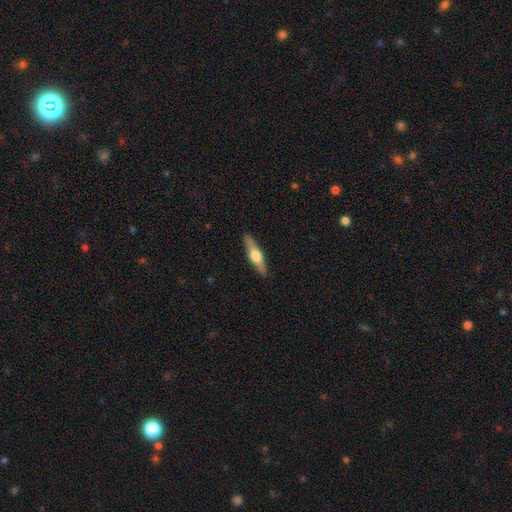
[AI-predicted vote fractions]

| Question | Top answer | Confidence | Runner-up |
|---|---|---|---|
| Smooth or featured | featured or disk | 61% | smooth (34%) |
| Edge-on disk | yes | 96% | no (4%) |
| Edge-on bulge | rounded | 94% | boxy (4%) |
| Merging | none | 90% | minor disturbance (7%) |